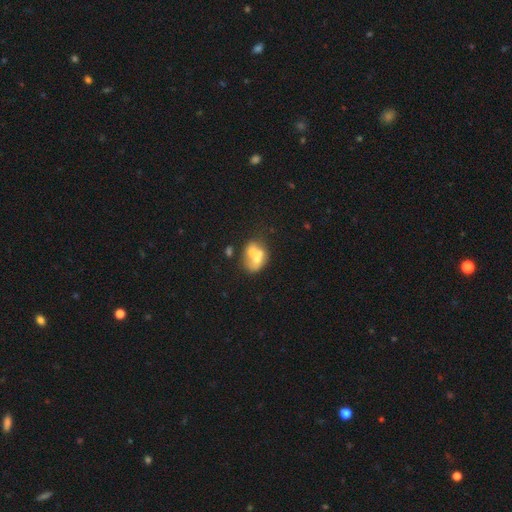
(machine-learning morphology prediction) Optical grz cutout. It shows a smooth galaxy with no disk features (45%). Merging: merger (59%).